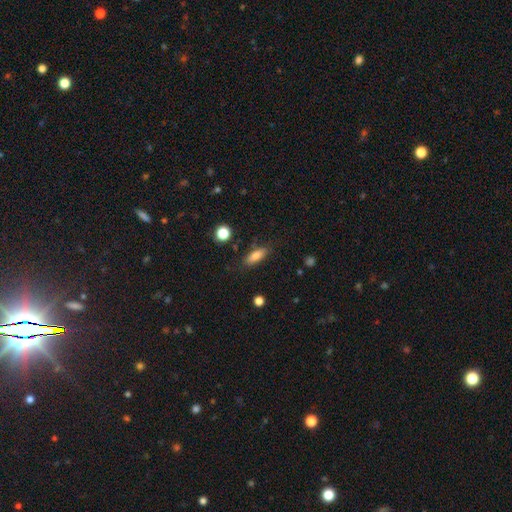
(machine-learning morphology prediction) Overall: smooth (79%). How rounded: in between (71%). Merging: none (81%).